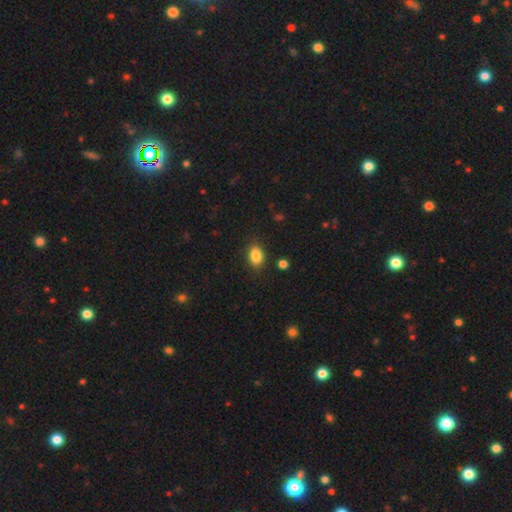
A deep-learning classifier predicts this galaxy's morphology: A smooth galaxy with no disk features (86%) that is in between round and cigar-shaped (81%). Merging: none (86%).